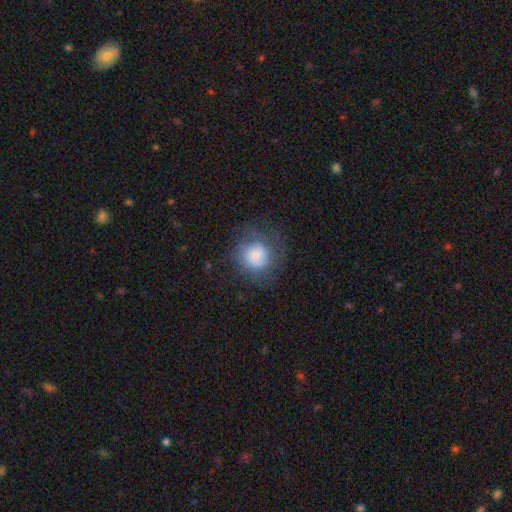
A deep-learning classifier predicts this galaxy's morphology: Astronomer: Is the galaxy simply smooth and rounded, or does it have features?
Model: smooth — 59%.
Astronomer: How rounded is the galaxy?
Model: round — 87%.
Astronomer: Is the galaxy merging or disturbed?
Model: none — 63%.